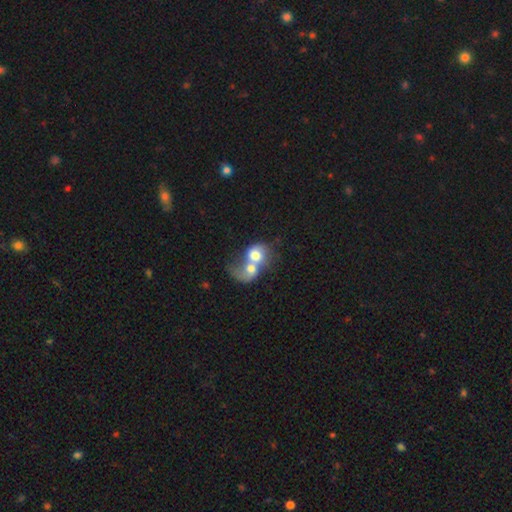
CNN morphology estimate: Smooth or featured? smooth (58%)
How rounded? round (56%)
Merging? merger (84%)